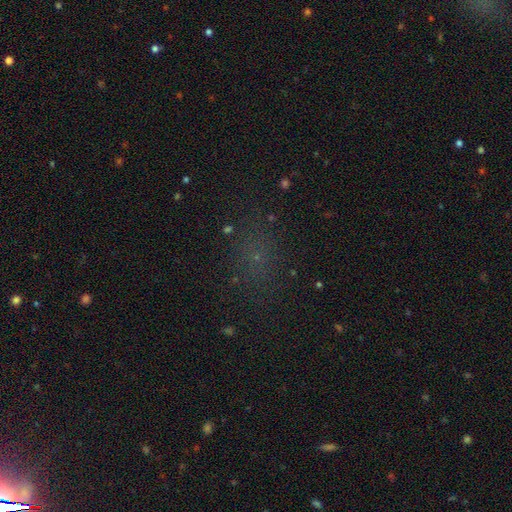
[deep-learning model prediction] Smooth or featured? Predicted: smooth (p=0.45, tied with star or artifact). Merging? Predicted: none (p=0.78).